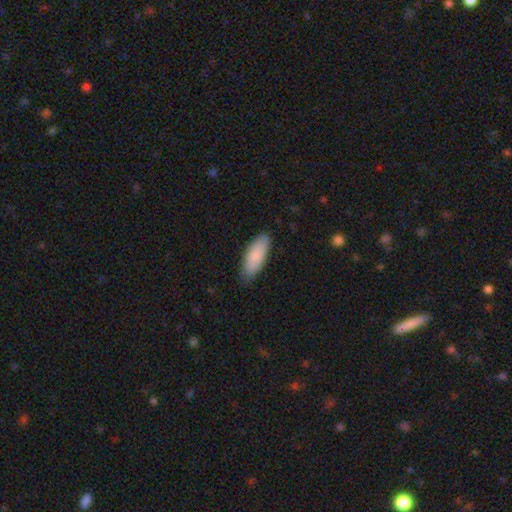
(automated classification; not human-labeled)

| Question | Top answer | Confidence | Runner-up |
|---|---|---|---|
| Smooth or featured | smooth | 85% | featured or disk (10%) |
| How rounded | in between | 72% | cigar-shaped (26%) |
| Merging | none | 83% | minor disturbance (14%) |